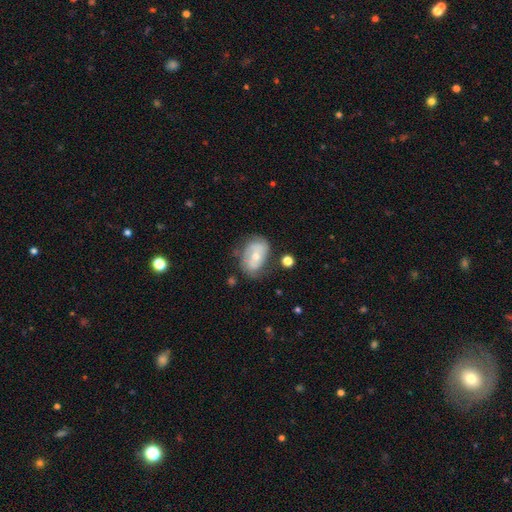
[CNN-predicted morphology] A featured or disk galaxy (50%).

Vote fractions:
- Smooth or featured? featured or disk: 50% / smooth: 43% / star or artifact: 7%
- Merging? none: 56% / minor disturbance: 29% / major disturbance: 11% / merger: 4%